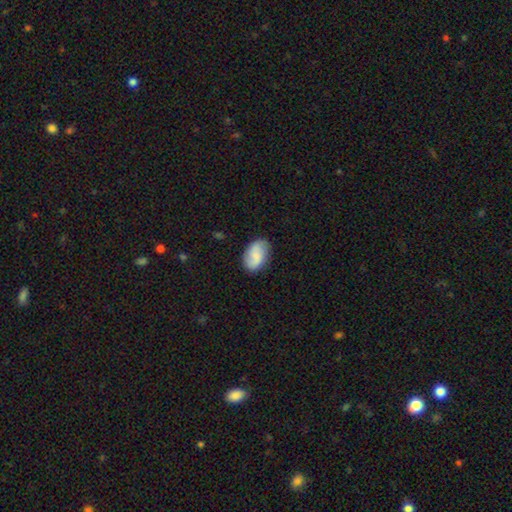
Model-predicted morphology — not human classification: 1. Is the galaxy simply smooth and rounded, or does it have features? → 57% smooth, 36% featured or disk, 7% star or artifact.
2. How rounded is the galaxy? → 89% in between, 9% round, 2% cigar-shaped.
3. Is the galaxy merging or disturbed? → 80% none, 15% minor disturbance, 4% major disturbance, 1% merger.